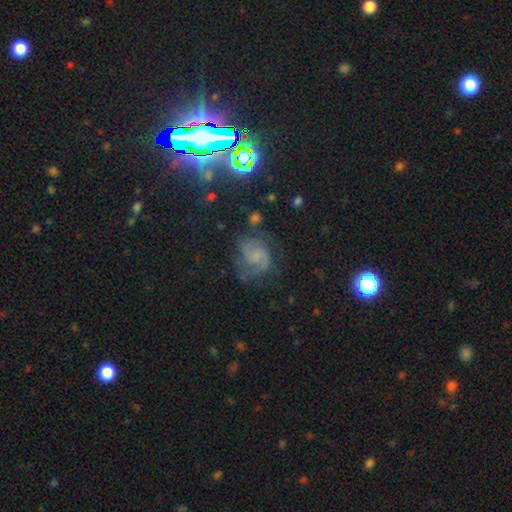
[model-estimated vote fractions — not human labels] A featured or disk galaxy (63%) with no bar (57%), 2 (77%) medium (51%) spiral arms (91%) and no central bulge (47%). Merging: none (60%).